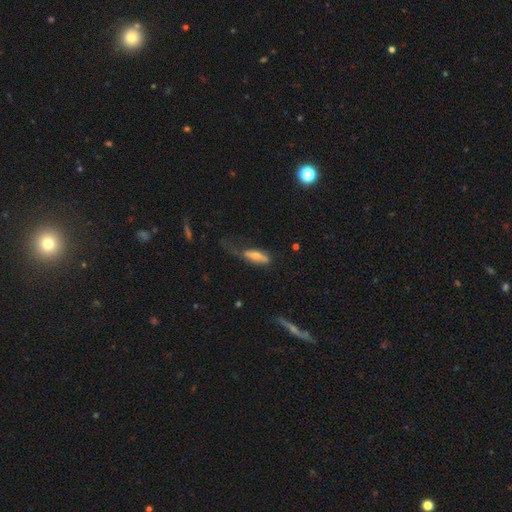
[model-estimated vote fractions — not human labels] Smooth or featured? Predicted: smooth (p=0.54). How rounded? Predicted: in between (p=0.55). Merging? Predicted: major disturbance (p=0.41).